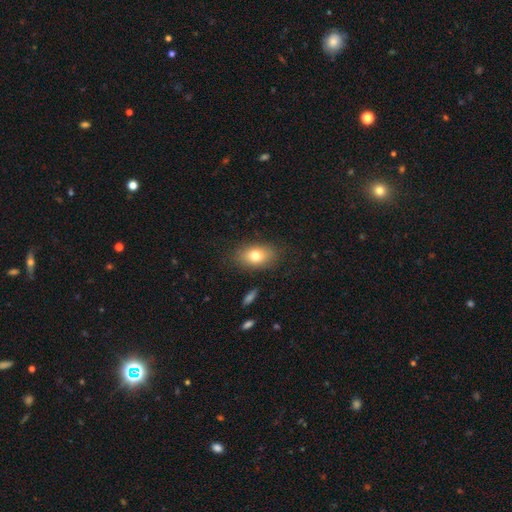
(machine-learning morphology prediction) This is likely a smooth galaxy (77%). How rounded: clearly in between (84%). Merging: clearly none (83%).